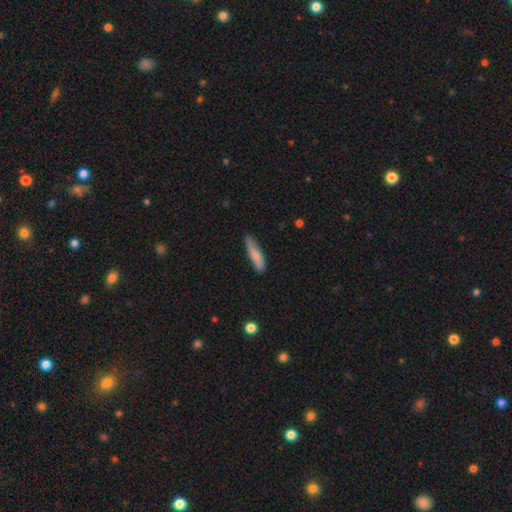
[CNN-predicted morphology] A smooth galaxy with no disk features (81%) that is cigar-shaped (77%).

Vote fractions:
- Smooth or featured? smooth: 81% / featured or disk: 14% / star or artifact: 6%
- How rounded? cigar-shaped: 77% / in between: 21% / round: 2%
- Merging? none: 74% / minor disturbance: 21% / major disturbance: 3% / merger: 2%